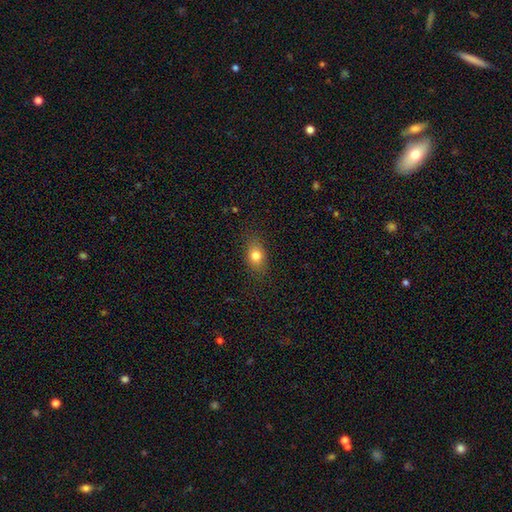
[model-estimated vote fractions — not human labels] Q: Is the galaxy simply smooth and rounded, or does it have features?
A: smooth — 79%.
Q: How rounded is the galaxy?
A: in between — 70%.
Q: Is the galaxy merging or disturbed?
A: none — 83%.